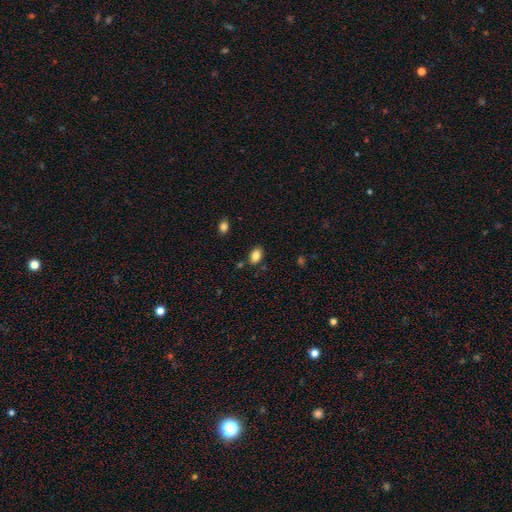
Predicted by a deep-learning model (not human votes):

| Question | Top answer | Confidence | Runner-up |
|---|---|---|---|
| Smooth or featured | smooth | 86% | star or artifact (9%) |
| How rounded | in between | 87% | round (12%) |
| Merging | none | 80% | minor disturbance (13%) |